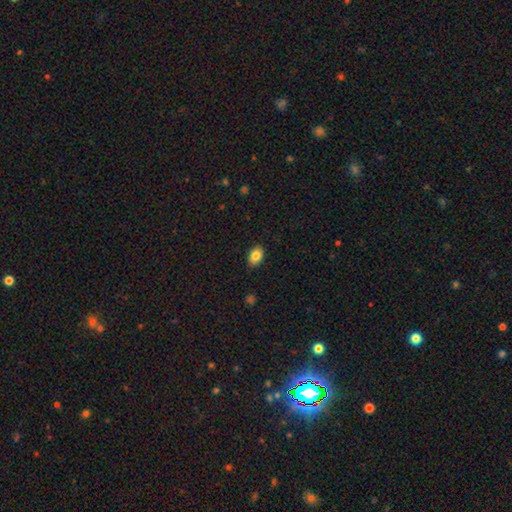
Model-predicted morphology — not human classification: Smooth or featured? Predicted: smooth (p=0.84). How rounded? Predicted: in between (p=0.84). Merging? Predicted: none (p=0.88).